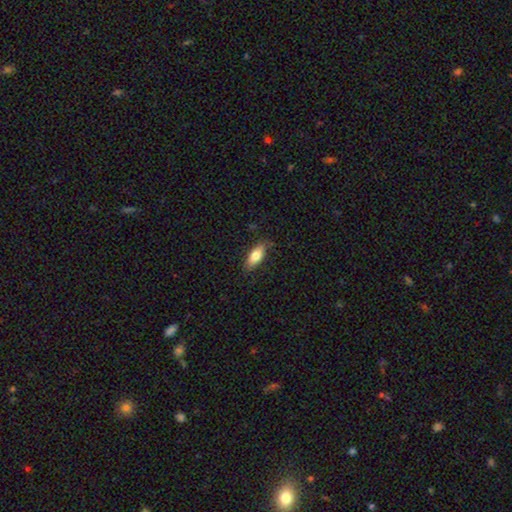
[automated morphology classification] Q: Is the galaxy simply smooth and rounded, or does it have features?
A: smooth — 77%.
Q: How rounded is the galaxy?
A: in between — 76%.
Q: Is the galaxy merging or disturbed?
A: none — 82%.